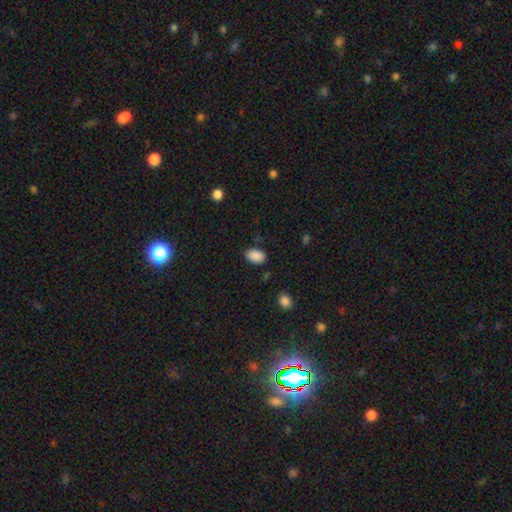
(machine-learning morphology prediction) Q: Smooth or featured?
A: smooth (89%); runner-up: star or artifact (8%)
Q: How rounded?
A: in between (89%); runner-up: round (9%)
Q: Merging?
A: none (84%); runner-up: minor disturbance (11%)